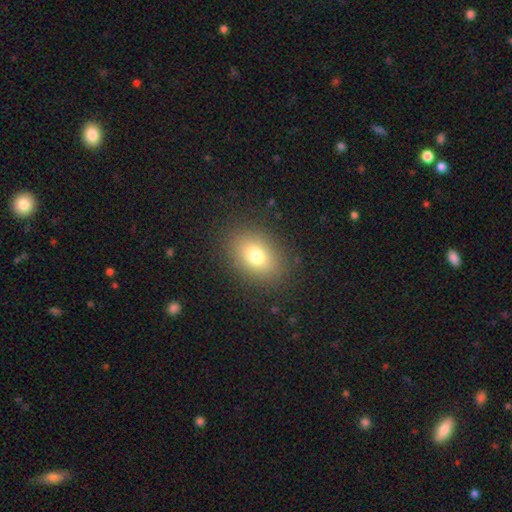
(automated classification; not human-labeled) Morphology: type=smooth (75%); roundness=in between (72%); merging=none (86%).